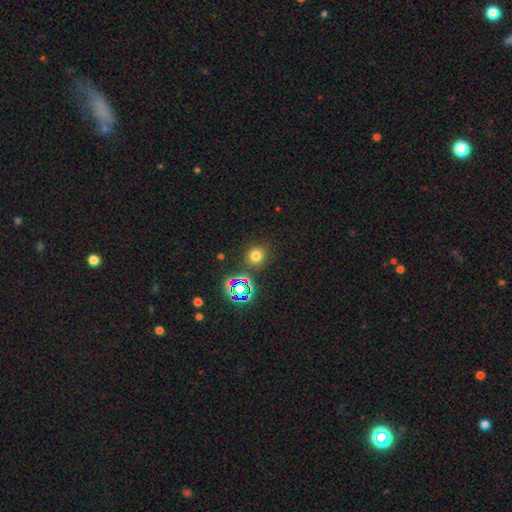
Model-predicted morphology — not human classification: smooth-or-featured: smooth: 68% | star or artifact: 25% | featured or disk: 7%
  how-rounded: round: 87% | in between: 11% | cigar-shaped: 1%
  merging: none: 83% | minor disturbance: 9% | merger: 5% | major disturbance: 4%